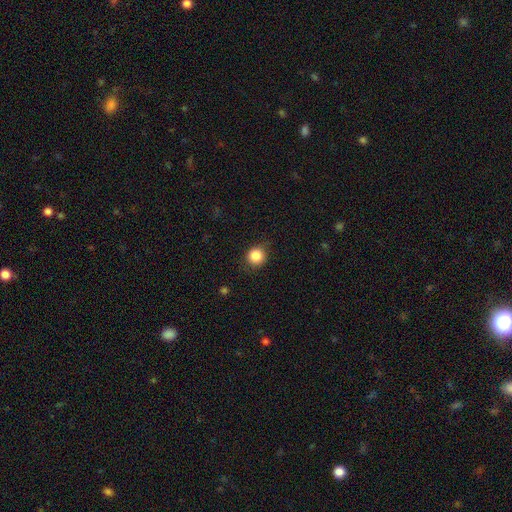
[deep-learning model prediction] Smooth or featured: smooth — 85% (star or artifact — 10%)
How rounded: round — 89% (in between — 10%)
Merging: none — 83% (minor disturbance — 12%)